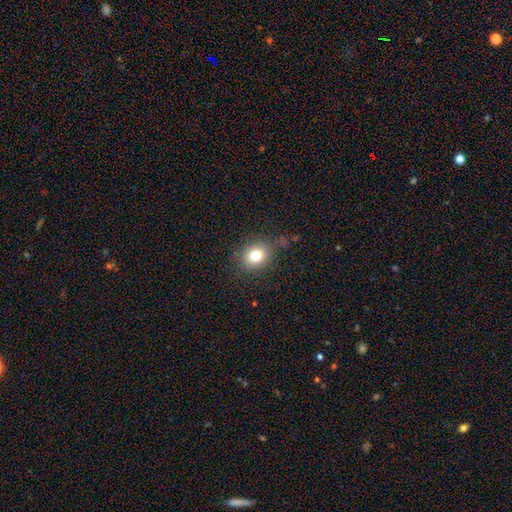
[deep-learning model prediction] Smooth or featured? smooth (78%)
How rounded? round (63%)
Merging? none (80%)